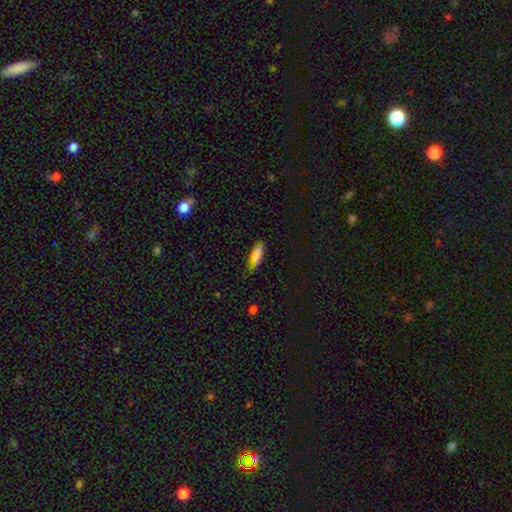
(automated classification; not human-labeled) Q: Smooth or featured?
A: smooth (80%); runner-up: featured or disk (12%)
Q: How rounded?
A: cigar-shaped (52%); runner-up: in between (46%)
Q: Merging?
A: none (73%); runner-up: minor disturbance (21%)